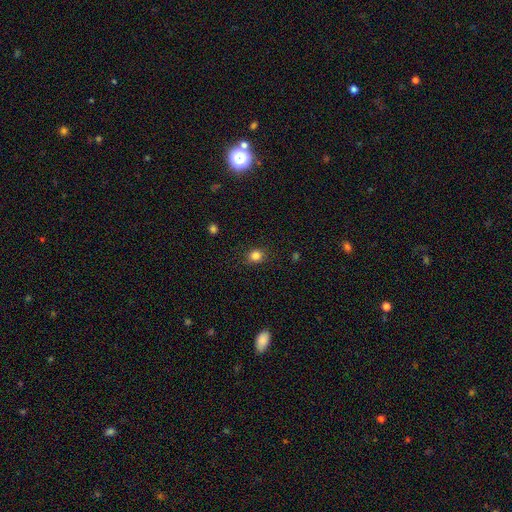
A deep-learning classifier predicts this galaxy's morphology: The model was most divided on "how rounded": round: 73%, in between: 26%, cigar-shaped: 1%. More confident: merging — none (85%); smooth or featured — smooth (83%).